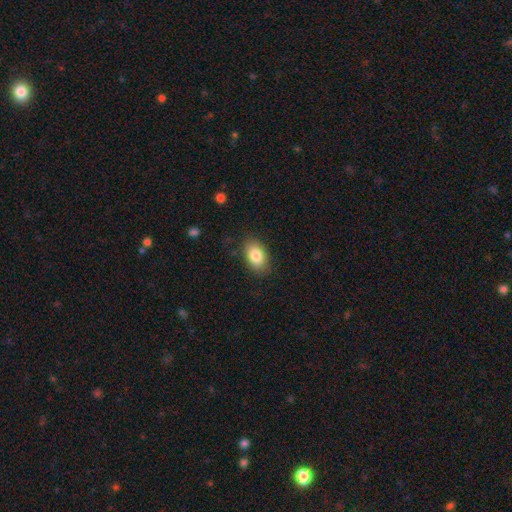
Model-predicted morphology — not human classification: This appears to be a smooth galaxy with no disk features (84%) that is in between round and cigar-shaped (89%). Merging: none (83%).